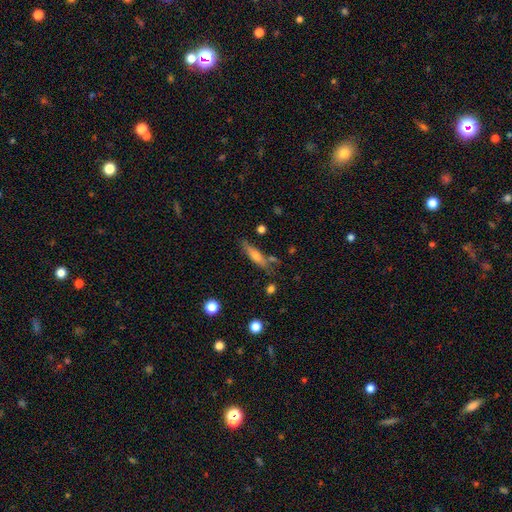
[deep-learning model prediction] Q: Smooth or featured?
A: smooth (57%); runner-up: featured or disk (34%)
Q: How rounded?
A: cigar-shaped (74%); runner-up: in between (23%)
Q: Merging?
A: none (70%); runner-up: minor disturbance (18%)